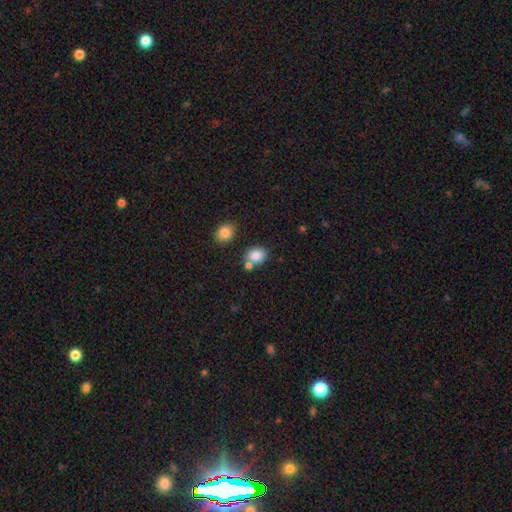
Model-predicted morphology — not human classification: Smooth or featured: smooth — 85% (star or artifact — 9%)
How rounded: in between — 54% (round — 45%)
Merging: none — 63% (merger — 21%)